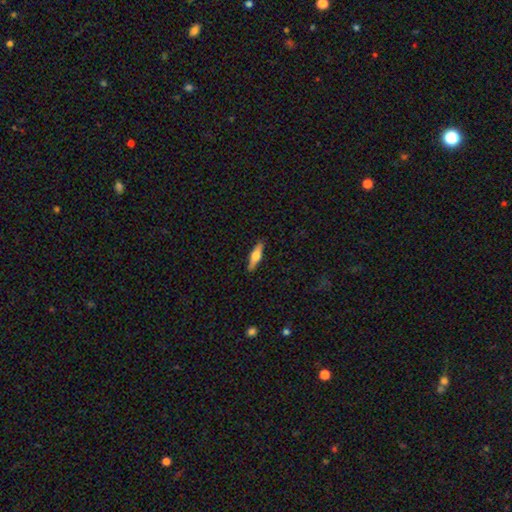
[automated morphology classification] smooth_or_featured: featured or disk (p=0.53) [alt: smooth p=0.41]
disk_edge_on: yes (p=0.95) [alt: no p=0.05]
edge_on_bulge: rounded (p=0.92) [alt: boxy p=0.05]
merging: none (p=0.89) [alt: minor disturbance p=0.08]